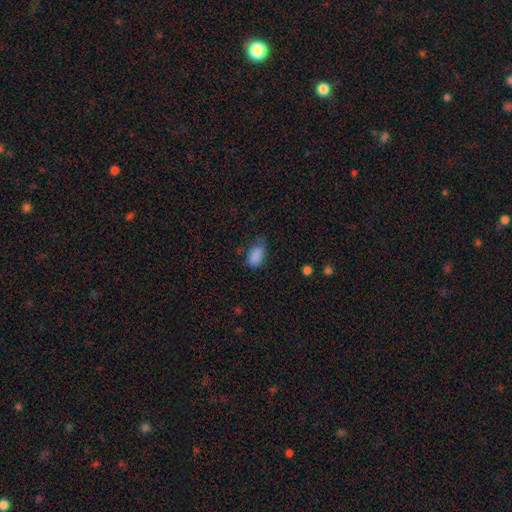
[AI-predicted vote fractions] Overall: smooth (86%). How rounded: in between (91%). Merging: none (56%; minor disturbance 32%).